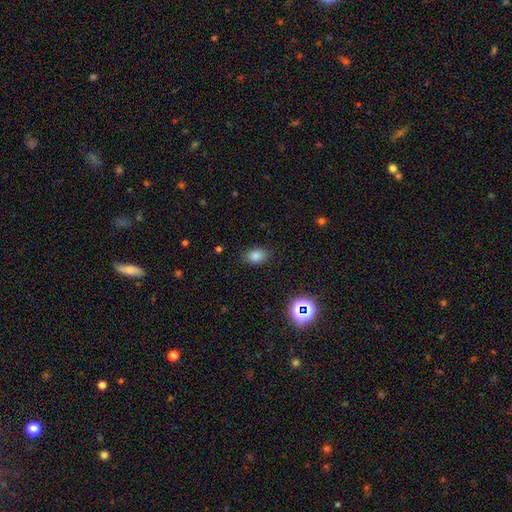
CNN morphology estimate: smooth-or-featured: smooth: 80% | star or artifact: 13% | featured or disk: 6%
  how-rounded: in between: 82% | round: 17% | cigar-shaped: 1%
  merging: none: 85% | minor disturbance: 10% | major disturbance: 3% | merger: 1%